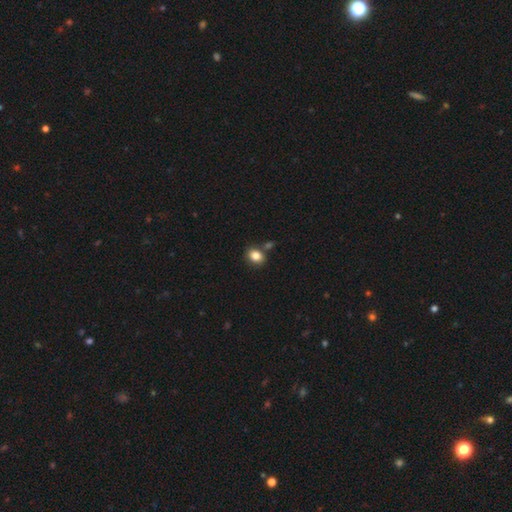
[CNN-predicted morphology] smooth 84%, star or artifact 10%, featured or disk 6%. Down the decision tree: how rounded — round (53%); merging — none (73%).